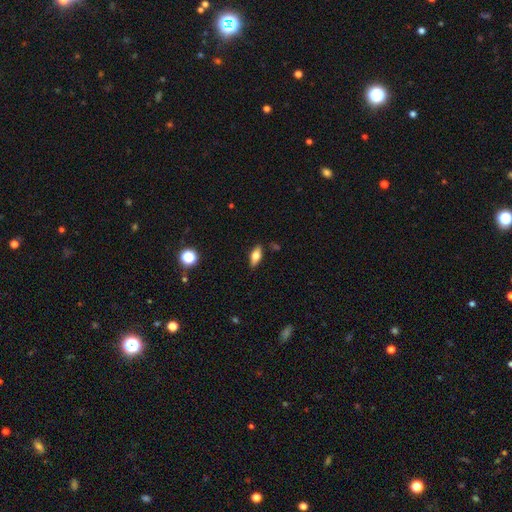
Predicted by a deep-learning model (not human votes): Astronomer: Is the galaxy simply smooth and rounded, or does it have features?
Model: smooth — 66%.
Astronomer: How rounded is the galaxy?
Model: in between — 79%.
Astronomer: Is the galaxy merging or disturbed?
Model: none — 85%.